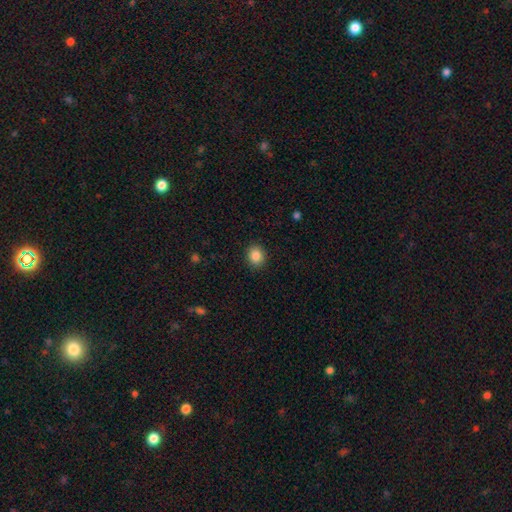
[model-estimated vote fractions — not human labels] A smooth galaxy with no disk features (86%) that is round (68%). Merging: none (90%).